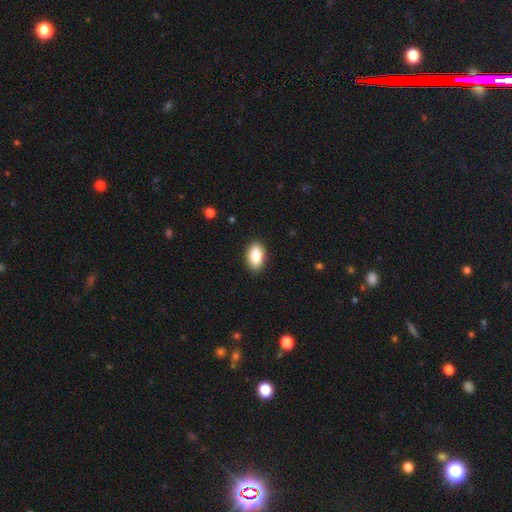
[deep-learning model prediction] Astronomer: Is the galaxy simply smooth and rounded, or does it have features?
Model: smooth — 84%.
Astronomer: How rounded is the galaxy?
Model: in between — 92%.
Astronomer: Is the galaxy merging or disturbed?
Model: none — 89%.